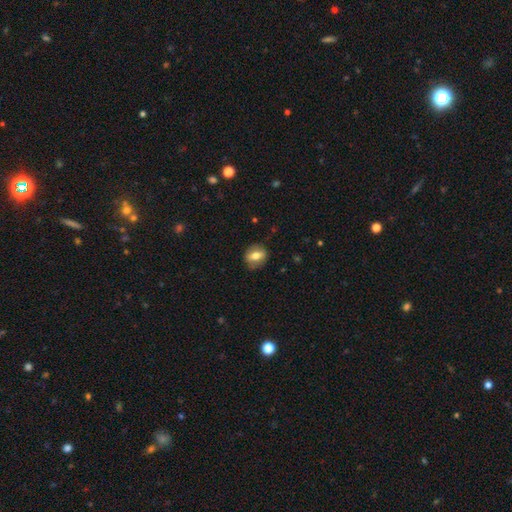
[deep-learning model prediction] A smooth galaxy with no disk features (62%) that is round (52%). Merging: none (82%).